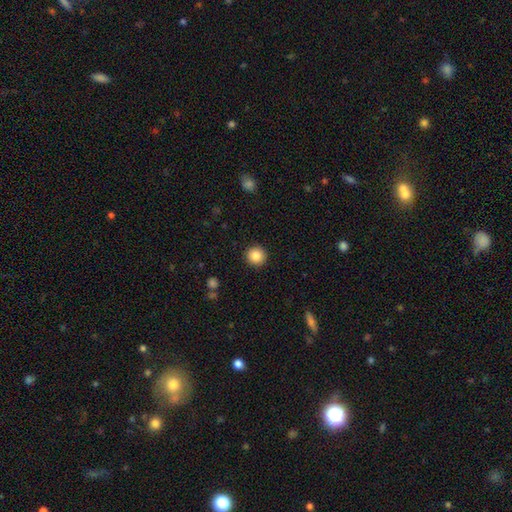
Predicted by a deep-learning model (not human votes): Morphology: type=smooth (85%); roundness=round (95%); merging=none (92%).